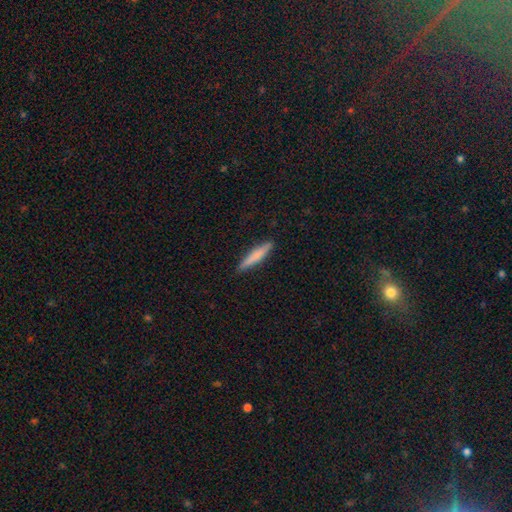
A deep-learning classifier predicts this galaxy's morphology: Overall: smooth (71%). How rounded: cigar-shaped (92%). Merging: none (90%).